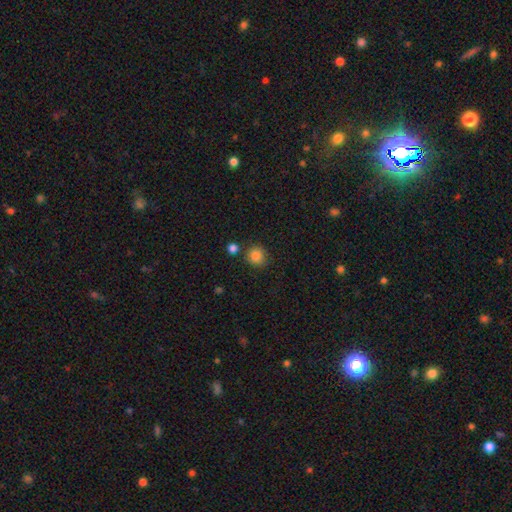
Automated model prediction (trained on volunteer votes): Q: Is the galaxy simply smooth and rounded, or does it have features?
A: smooth — 85%.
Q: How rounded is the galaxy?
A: round — 87%.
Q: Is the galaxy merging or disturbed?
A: none — 79%.